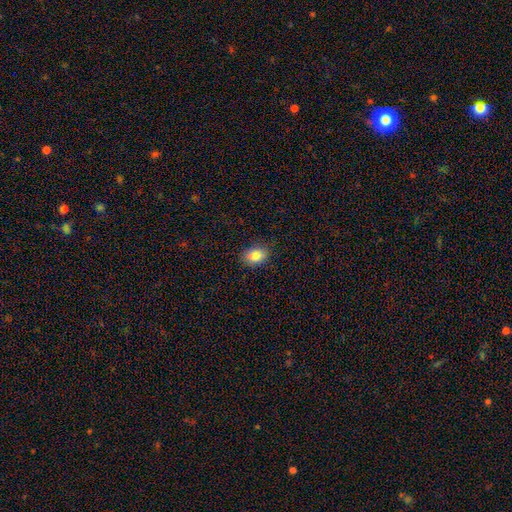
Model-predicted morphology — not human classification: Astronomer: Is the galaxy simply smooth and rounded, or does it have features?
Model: smooth — 84%.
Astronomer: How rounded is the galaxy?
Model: in between — 78%.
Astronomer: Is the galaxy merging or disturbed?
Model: none — 86%.